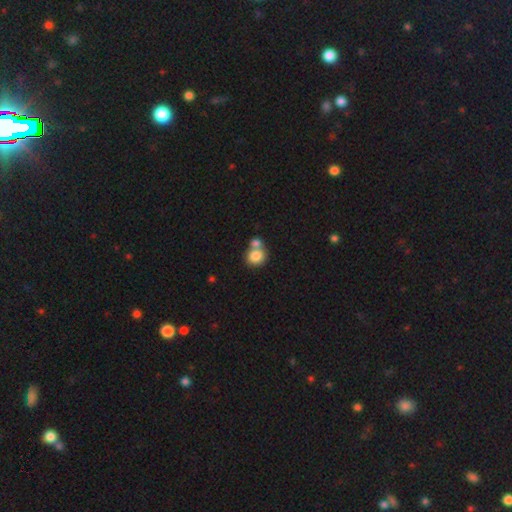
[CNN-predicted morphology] Overall: smooth (82%). How rounded: round (80%). Merging: merger (48%; none 41%).